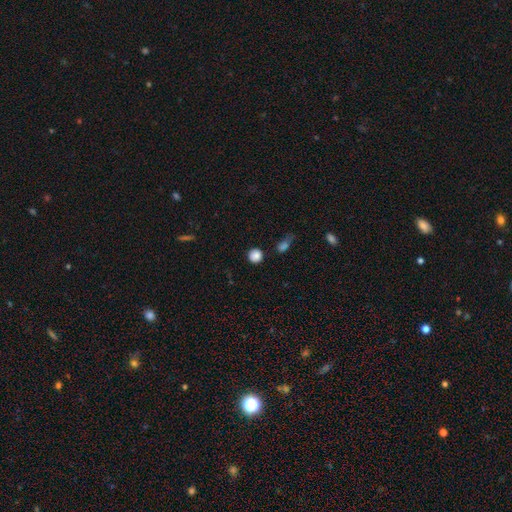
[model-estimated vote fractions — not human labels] Overall: smooth (86%). How rounded: round (93%). Merging: none (85%).